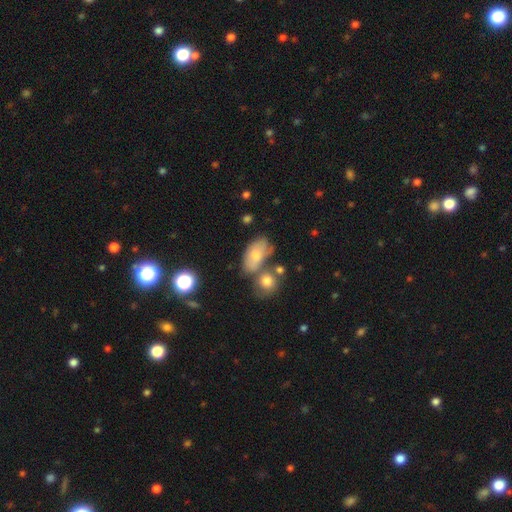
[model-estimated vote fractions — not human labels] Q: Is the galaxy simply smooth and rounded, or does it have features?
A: smooth — 63%.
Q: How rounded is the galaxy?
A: in between — 89%.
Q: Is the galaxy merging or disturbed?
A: none — 36%.